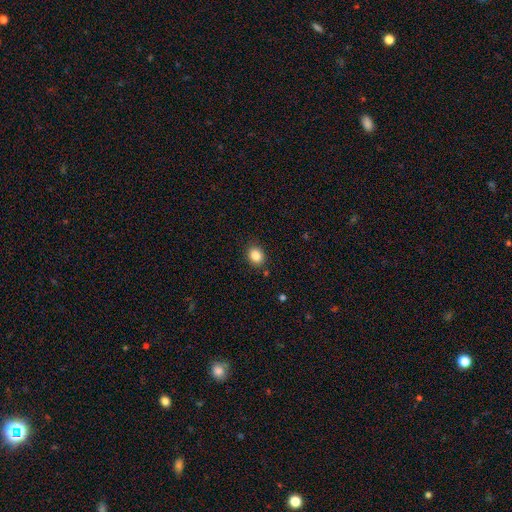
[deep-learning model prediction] This is clearly a smooth galaxy (85%). How rounded: possibly round (55%). Merging: clearly none (88%).